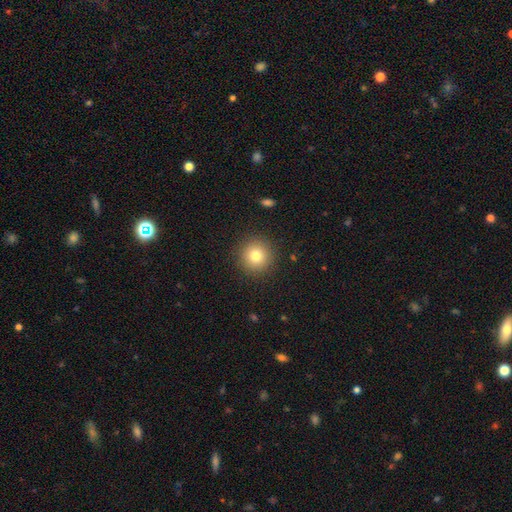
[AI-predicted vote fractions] This is likely a smooth galaxy (79%). How rounded: clearly round (95%). Merging: clearly none (91%).